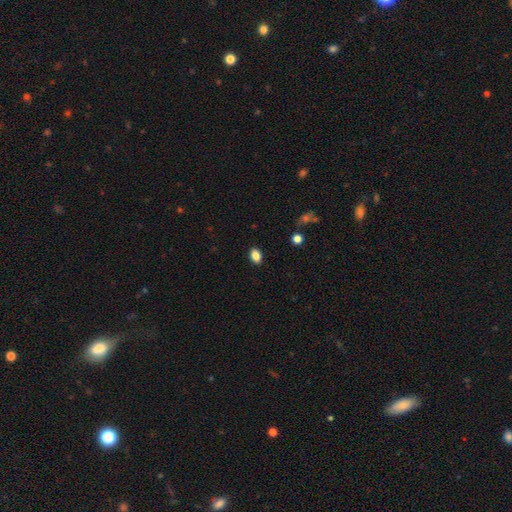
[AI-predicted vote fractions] Overall: smooth (87%). How rounded: in between (82%). Merging: none (88%).